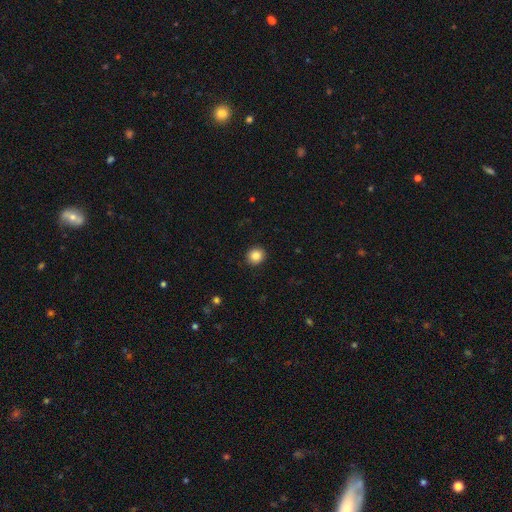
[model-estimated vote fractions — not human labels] This is clearly a smooth galaxy (87%). How rounded: clearly round (90%). Merging: clearly none (92%).